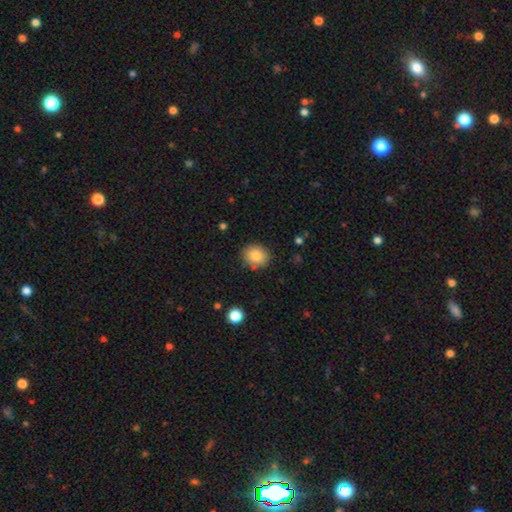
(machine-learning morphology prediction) smooth_or_featured: smooth (p=0.83) [alt: star or artifact p=0.09]
how_rounded: round (p=0.70) [alt: in between p=0.29]
merging: none (p=0.85) [alt: minor disturbance p=0.10]